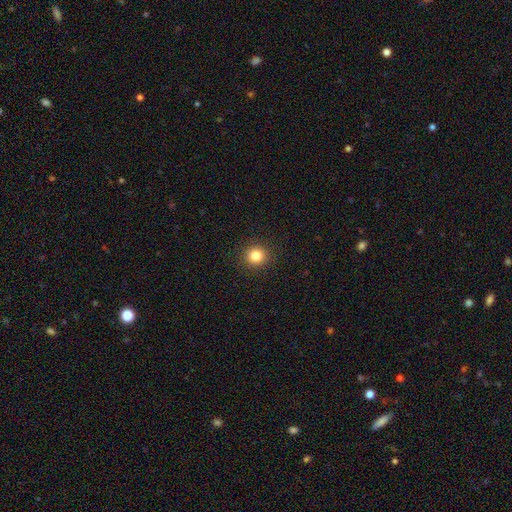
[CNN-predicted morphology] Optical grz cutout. It shows a smooth galaxy with no disk features (83%) that is round (90%). Merging: none (92%).